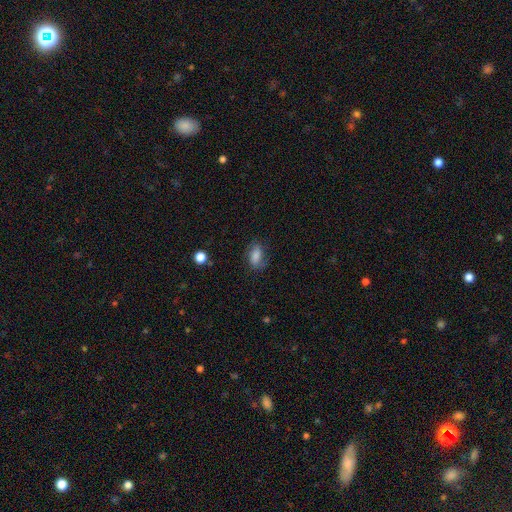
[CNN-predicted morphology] Smooth or featured: smooth — 75% (featured or disk — 16%)
How rounded: in between — 84% (round — 9%)
Merging: none — 72% (minor disturbance — 20%)